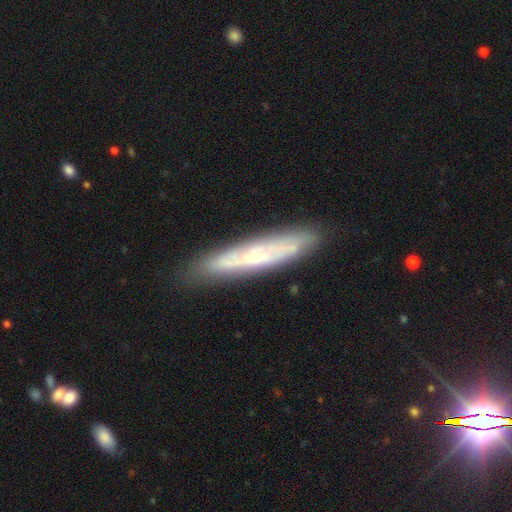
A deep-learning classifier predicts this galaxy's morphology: A featured or disk galaxy (55%) viewed edge-on (68%).

Vote fractions:
- Smooth or featured? featured or disk: 55% / smooth: 38% / star or artifact: 7%
- Edge-on disk? yes: 68% / no: 32%
- Merging? none: 82% / minor disturbance: 13% / major disturbance: 3% / merger: 2%